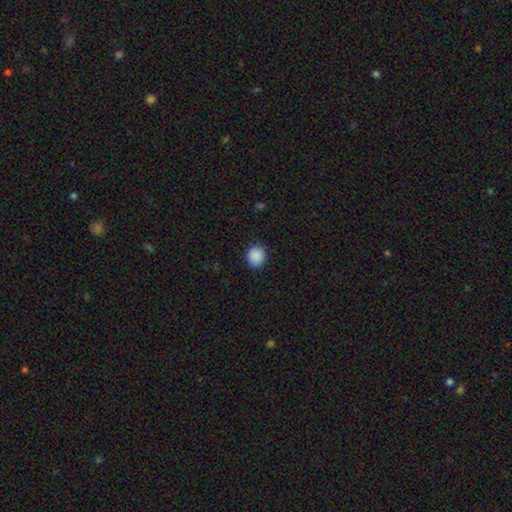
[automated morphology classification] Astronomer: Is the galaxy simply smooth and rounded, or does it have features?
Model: smooth — 89%.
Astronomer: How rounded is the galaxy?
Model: round — 84%.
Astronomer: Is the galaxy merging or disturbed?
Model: none — 88%.